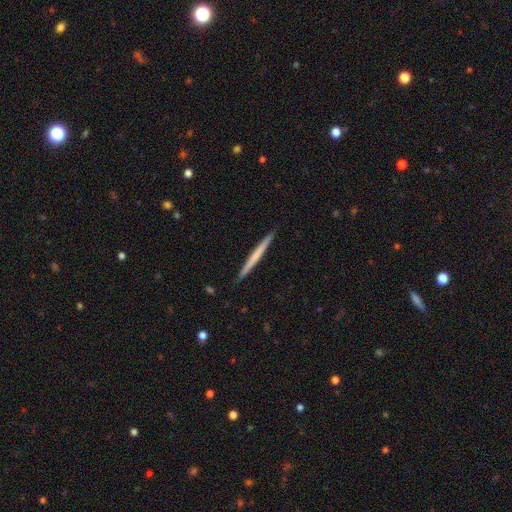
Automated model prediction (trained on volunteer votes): A smooth galaxy with no disk features (49%).

Vote fractions:
- Smooth or featured? smooth: 49% / featured or disk: 46% / star or artifact: 5%
- Merging? none: 92% / minor disturbance: 6% / major disturbance: 1% / merger: 1%